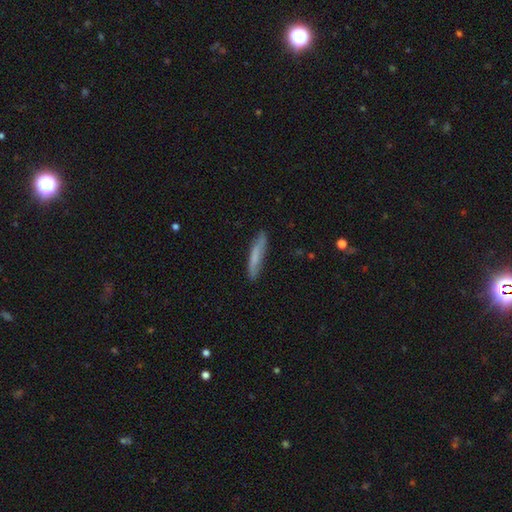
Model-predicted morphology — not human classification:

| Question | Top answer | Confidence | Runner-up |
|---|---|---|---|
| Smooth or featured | smooth | 64% | featured or disk (29%) |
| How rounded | cigar-shaped | 91% | in between (8%) |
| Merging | none | 83% | minor disturbance (13%) |